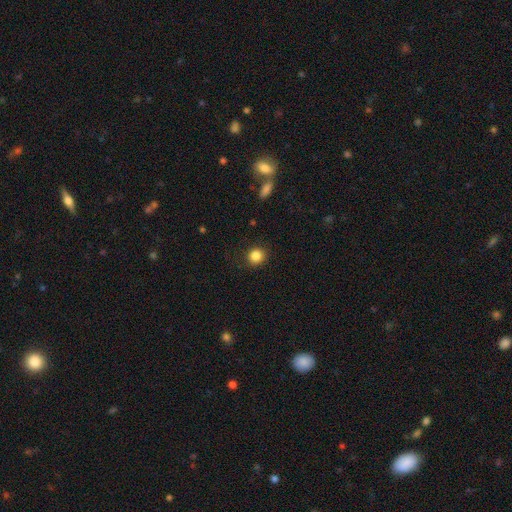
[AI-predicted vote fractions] A smooth galaxy with no disk features (85%) that is round (88%). Merging: none (89%).